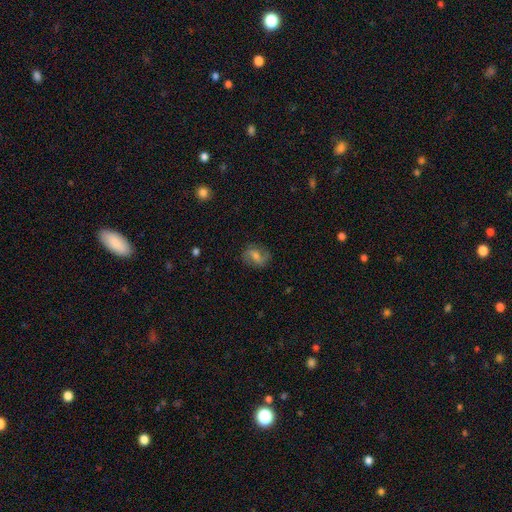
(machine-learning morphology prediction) Overall: featured or disk (53%; smooth 36%). Edge-on disk: no (96%). Bar: weak (47%; no 28%). Spiral arms: yes (85%). Bulge size: moderate (45%; small 32%). Merging: none (78%).